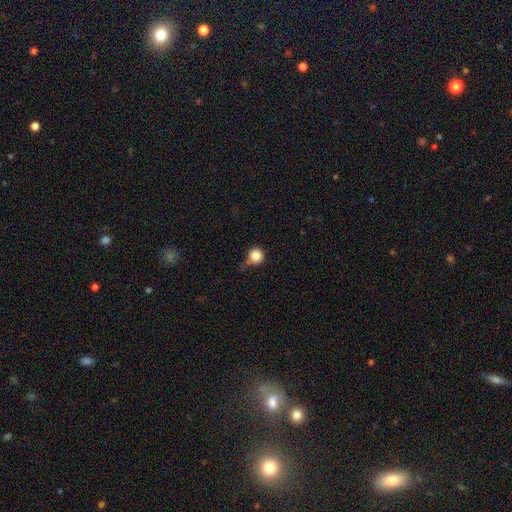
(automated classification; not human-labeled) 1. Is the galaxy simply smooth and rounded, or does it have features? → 84% smooth, 10% star or artifact, 5% featured or disk.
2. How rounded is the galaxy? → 94% round, 5% in between, 1% cigar-shaped.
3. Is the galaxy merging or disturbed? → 57% none, 28% minor disturbance, 8% major disturbance, 7% merger.